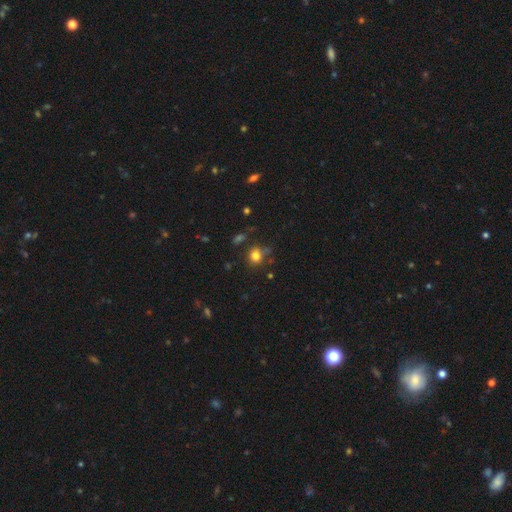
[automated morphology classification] smooth 79%, star or artifact 14%, featured or disk 7%. Down the decision tree: how rounded — round (75%); merging — none (71%).